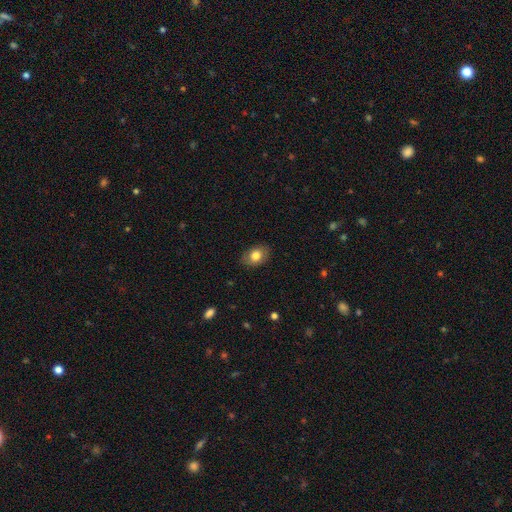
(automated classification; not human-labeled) Q: Smooth or featured?
A: smooth (79%); runner-up: featured or disk (13%)
Q: How rounded?
A: in between (78%); runner-up: round (21%)
Q: Merging?
A: none (84%); runner-up: minor disturbance (13%)